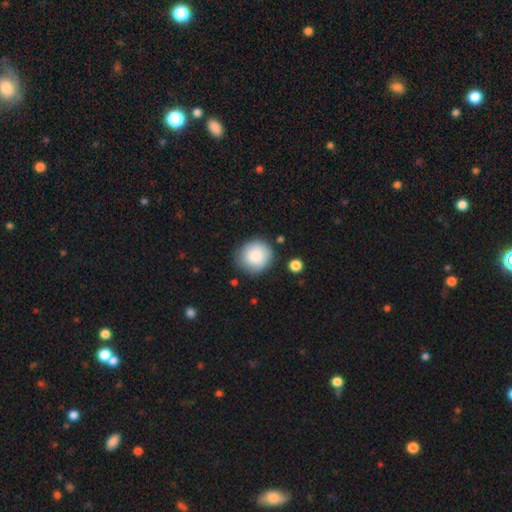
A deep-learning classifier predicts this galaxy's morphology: This appears to be a smooth galaxy with no disk features (86%) that is round (90%). Merging: none (81%).